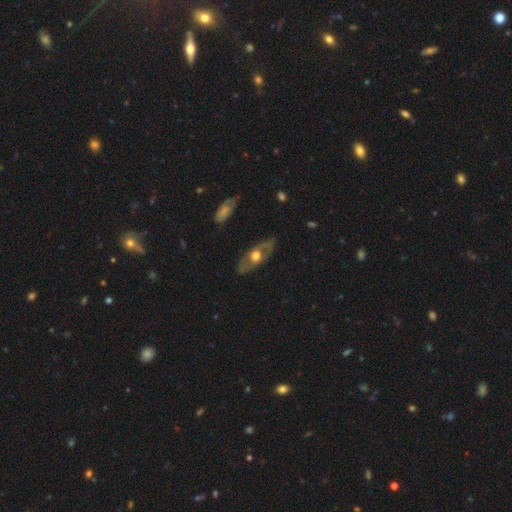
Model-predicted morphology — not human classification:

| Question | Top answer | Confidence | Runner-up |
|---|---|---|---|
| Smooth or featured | featured or disk | 62% | smooth (32%) |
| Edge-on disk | no | 67% | yes (33%) |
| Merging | none | 81% | minor disturbance (14%) |